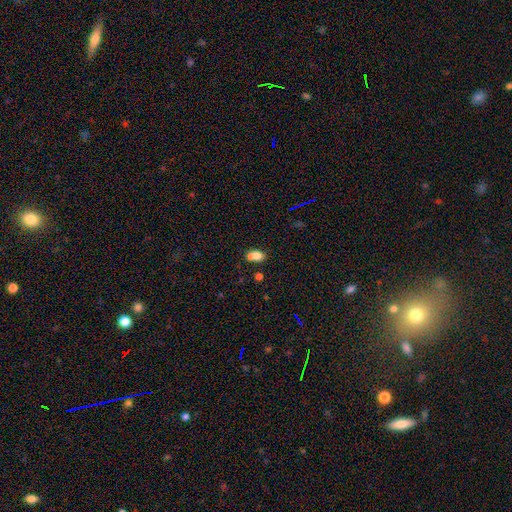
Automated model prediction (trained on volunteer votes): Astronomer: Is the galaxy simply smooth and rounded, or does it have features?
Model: smooth — 76%.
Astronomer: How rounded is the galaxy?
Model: in between — 77%.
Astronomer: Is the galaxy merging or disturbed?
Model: merger — 41% (runner-up: none, 38%).